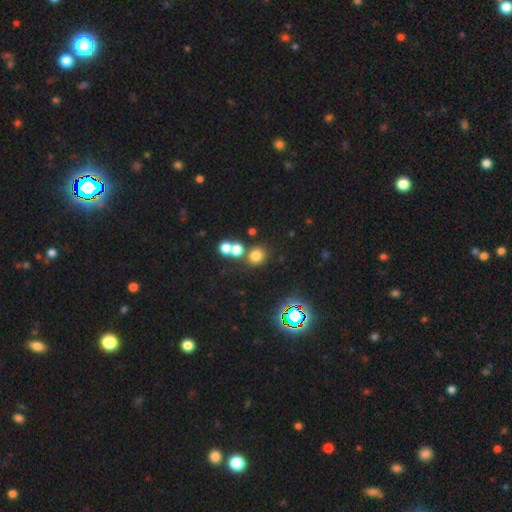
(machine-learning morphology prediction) Smooth or featured? smooth (69%)
How rounded? round (82%)
Merging? none (67%)